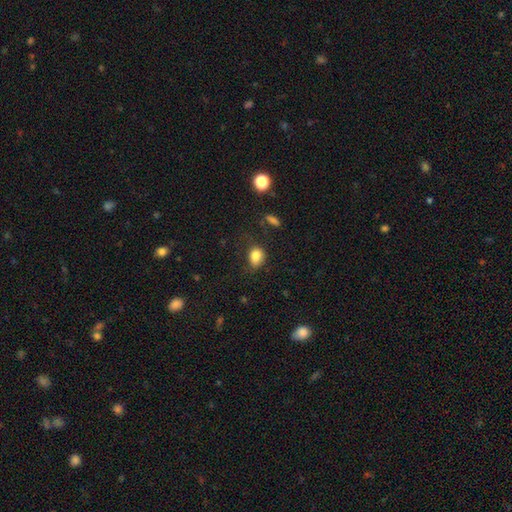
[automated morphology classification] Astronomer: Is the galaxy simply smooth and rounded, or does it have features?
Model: smooth — 83%.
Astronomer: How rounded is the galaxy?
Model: in between — 55% (runner-up: round, 44%).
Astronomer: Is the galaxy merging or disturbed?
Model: none — 63%.